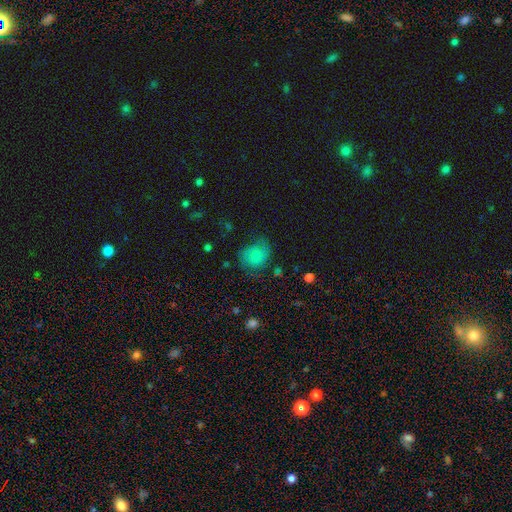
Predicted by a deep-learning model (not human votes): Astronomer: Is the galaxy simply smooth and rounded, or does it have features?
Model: smooth — 61%.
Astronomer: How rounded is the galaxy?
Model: round — 60% (runner-up: in between, 39%).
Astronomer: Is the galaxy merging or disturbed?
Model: none — 55%.